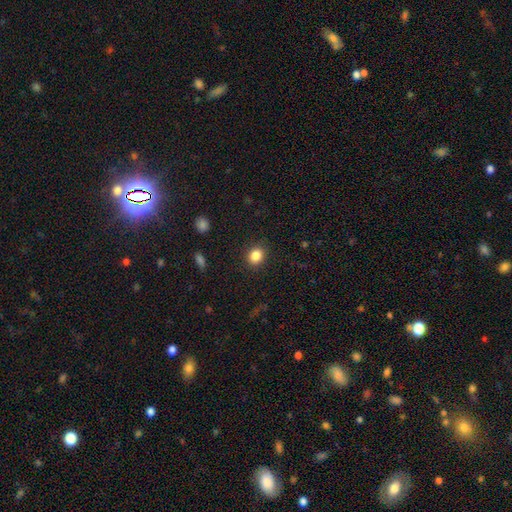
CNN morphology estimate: A smooth galaxy with no disk features (85%) that is round (64%).

Vote fractions:
- Smooth or featured? smooth: 85% / star or artifact: 10% / featured or disk: 5%
- How rounded? round: 64% / in between: 35% / cigar-shaped: 1%
- Merging? none: 89% / minor disturbance: 8% / major disturbance: 3% / merger: 1%